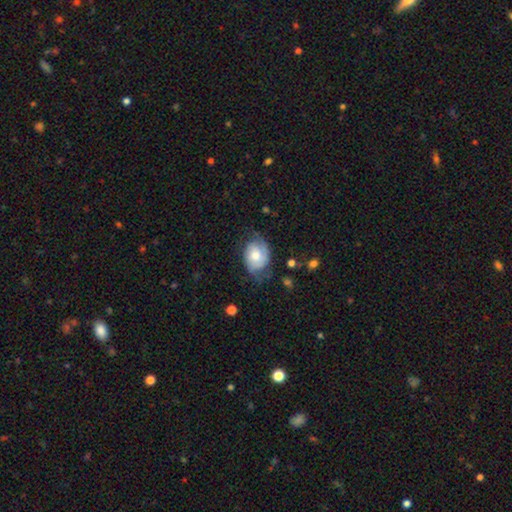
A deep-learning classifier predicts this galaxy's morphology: This is possibly a featured or disk galaxy (55%). It is clearly not viewed edge-on (96%). Bar: likely no (73%). Spiral arm pattern: clearly yes (83%). Central bulge: likely moderate (63%). Merging: possibly none (54%).